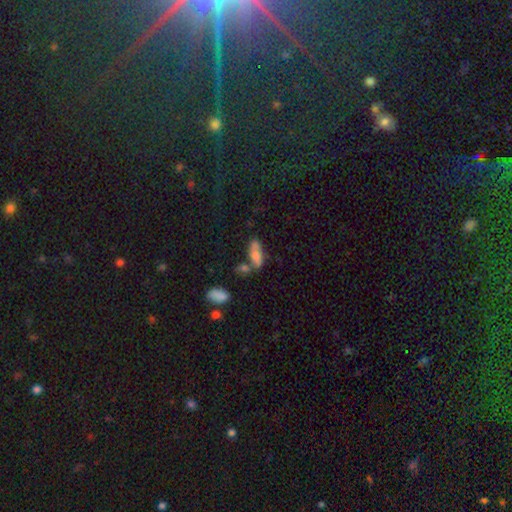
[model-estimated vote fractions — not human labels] Q: Smooth or featured?
A: smooth (64%); runner-up: featured or disk (26%)
Q: How rounded?
A: in between (77%); runner-up: cigar-shaped (18%)
Q: Merging?
A: none (38%); runner-up: merger (32%)